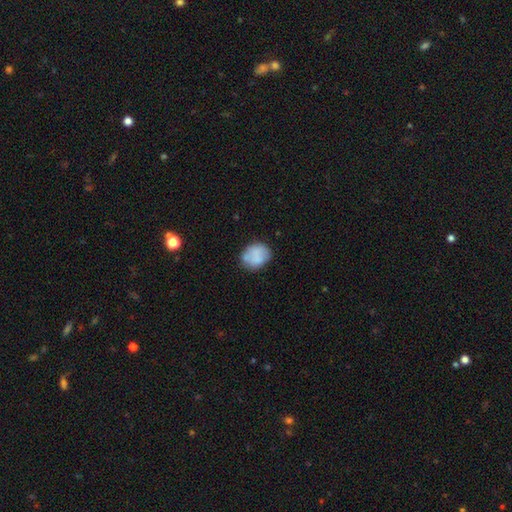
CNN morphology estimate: smooth-or-featured: smooth: 72% | featured or disk: 20% | star or artifact: 8%
  how-rounded: round: 53% | in between: 46% | cigar-shaped: 1%
  merging: none: 65% | minor disturbance: 22% | major disturbance: 7% | merger: 6%